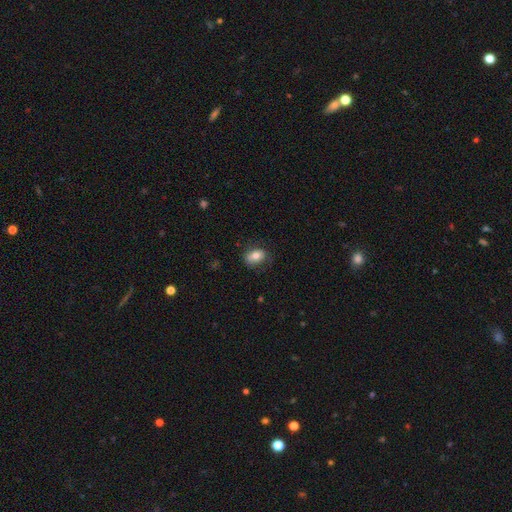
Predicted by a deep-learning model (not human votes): Smooth or featured?
  - smooth: 74% *
  - featured or disk: 17%
  - star or artifact: 8%
How rounded?
  - in between: 72% *
  - round: 26%
  - cigar-shaped: 1%
Merging?
  - none: 71% *
  - minor disturbance: 20%
  - major disturbance: 8%
  - merger: 1%